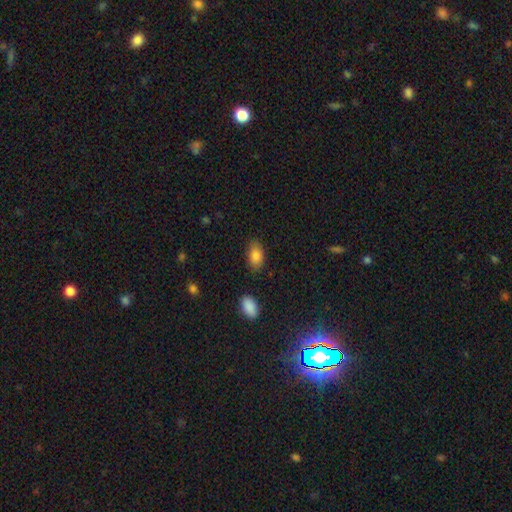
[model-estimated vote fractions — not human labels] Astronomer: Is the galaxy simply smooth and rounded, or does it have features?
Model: smooth — 86%.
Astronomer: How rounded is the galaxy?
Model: in between — 91%.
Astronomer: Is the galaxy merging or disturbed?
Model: none — 82%.